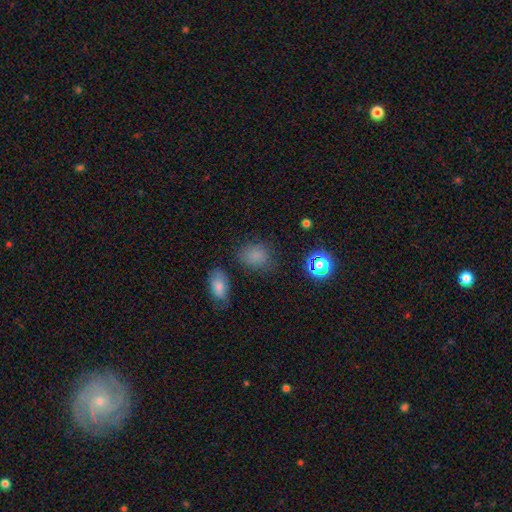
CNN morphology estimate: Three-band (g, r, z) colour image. It shows a smooth galaxy with no disk features (76%) that is in between round and cigar-shaped (52%). Merging: none (72%).